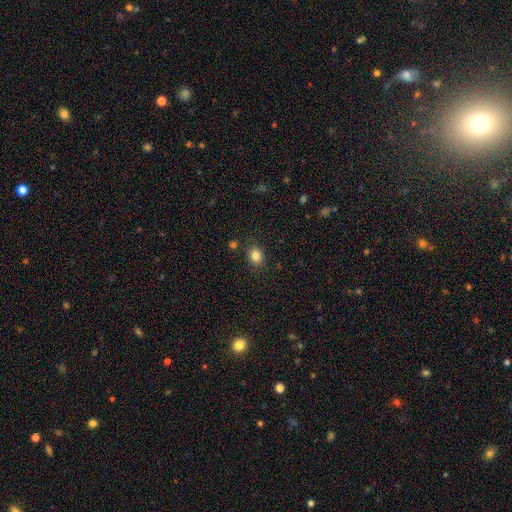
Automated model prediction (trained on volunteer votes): A smooth galaxy with no disk features (83%) that is round (57%). Merging: none (84%).